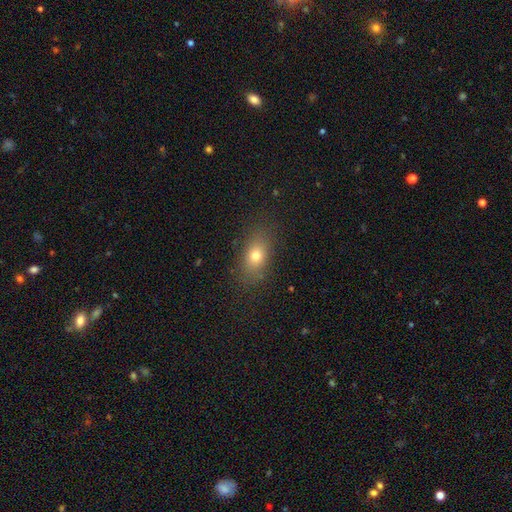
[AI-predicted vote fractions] Smooth or featured?
  - smooth: 74% *
  - featured or disk: 14%
  - star or artifact: 13%
How rounded?
  - in between: 75% *
  - round: 20%
  - cigar-shaped: 5%
Merging?
  - none: 84% *
  - minor disturbance: 11%
  - major disturbance: 4%
  - merger: 1%